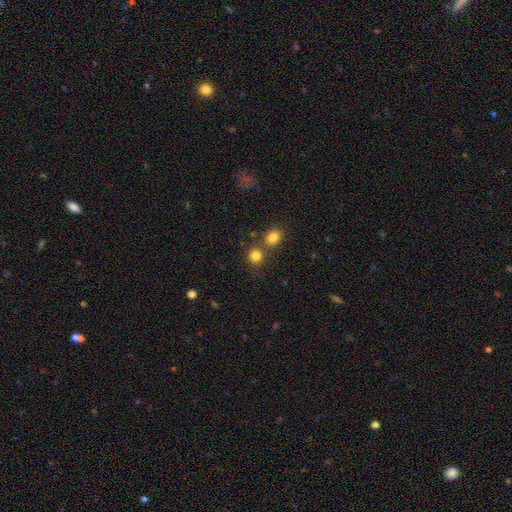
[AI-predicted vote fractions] smooth_or_featured: smooth (p=0.81) [alt: star or artifact p=0.12]
how_rounded: round (p=0.84) [alt: in between p=0.15]
merging: none (p=0.62) [alt: merger p=0.26]